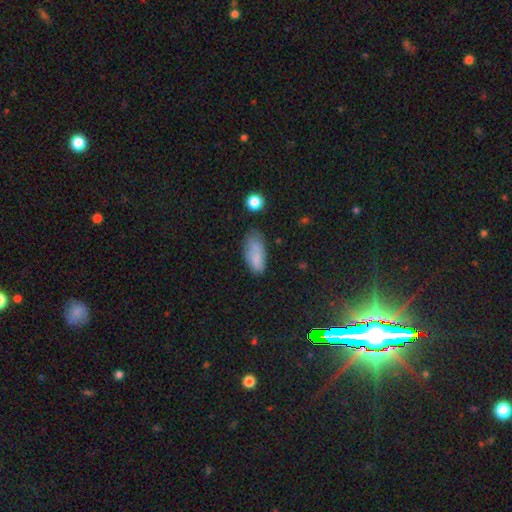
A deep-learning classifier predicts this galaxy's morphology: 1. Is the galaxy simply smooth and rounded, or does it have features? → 80% smooth, 10% featured or disk, 9% star or artifact.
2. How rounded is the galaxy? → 85% in between, 13% cigar-shaped, 3% round.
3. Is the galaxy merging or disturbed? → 54% none, 31% minor disturbance, 10% major disturbance, 5% merger.